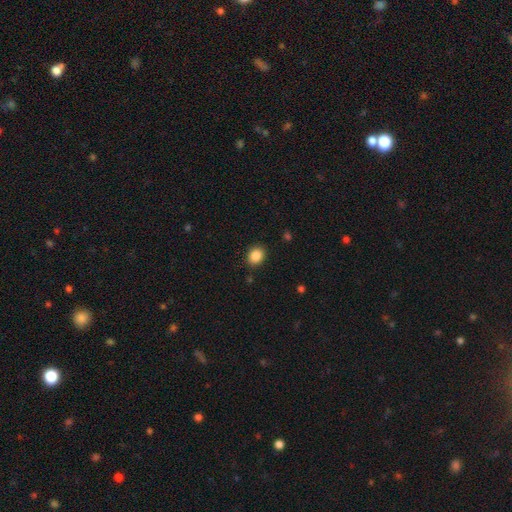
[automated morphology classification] This appears to be a smooth galaxy with no disk features (87%) that is round (51%). Merging: none (88%).